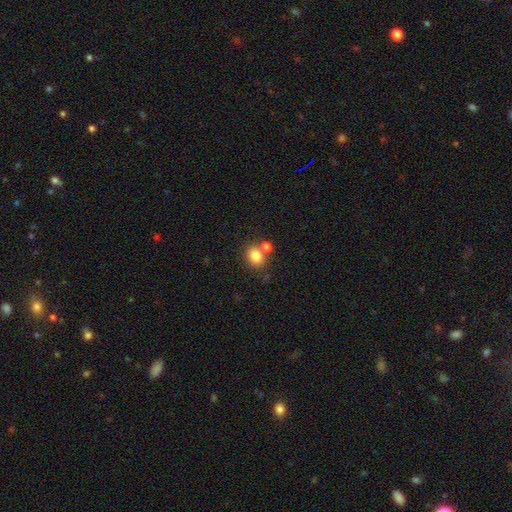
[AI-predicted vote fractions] A smooth galaxy with no disk features (81%) that is round (55%). Merging: none (63%).